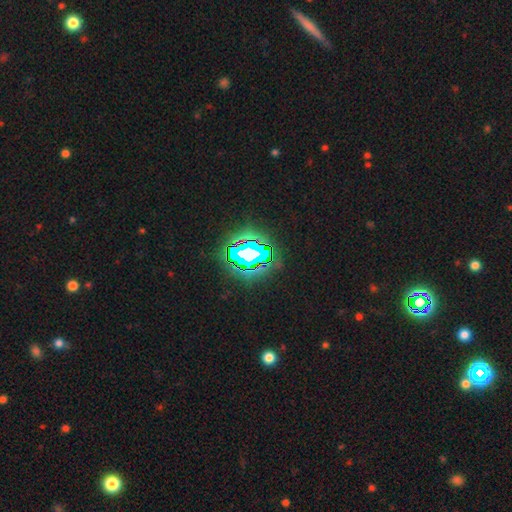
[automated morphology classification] star or artifact 82%, smooth 10%, featured or disk 8%.